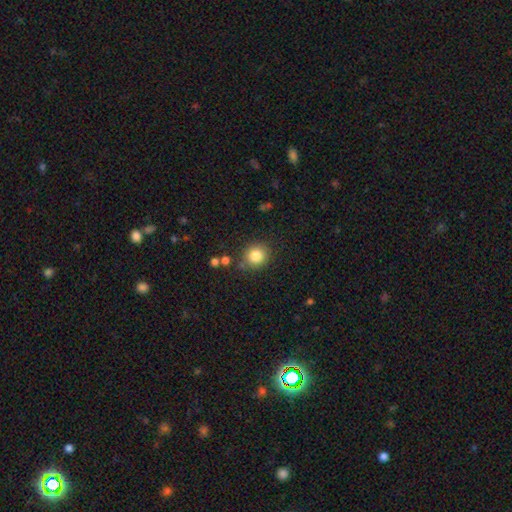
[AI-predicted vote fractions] Q: Smooth or featured?
A: smooth (84%); runner-up: star or artifact (10%)
Q: How rounded?
A: round (86%); runner-up: in between (13%)
Q: Merging?
A: none (81%); runner-up: minor disturbance (11%)